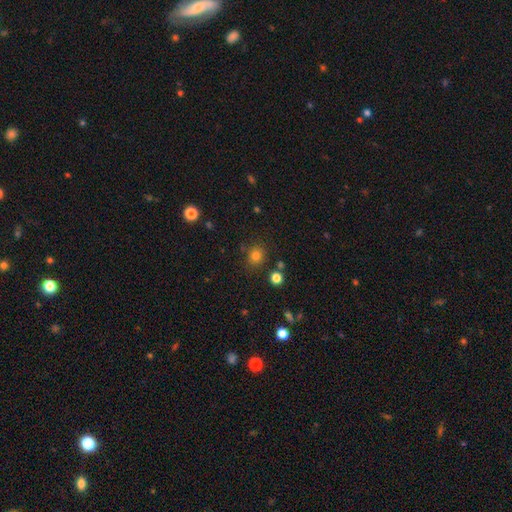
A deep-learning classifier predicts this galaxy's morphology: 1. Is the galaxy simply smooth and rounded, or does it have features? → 79% smooth, 15% star or artifact, 6% featured or disk.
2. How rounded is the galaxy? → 77% round, 22% in between, 1% cigar-shaped.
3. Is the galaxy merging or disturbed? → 81% none, 10% minor disturbance, 5% merger, 3% major disturbance.